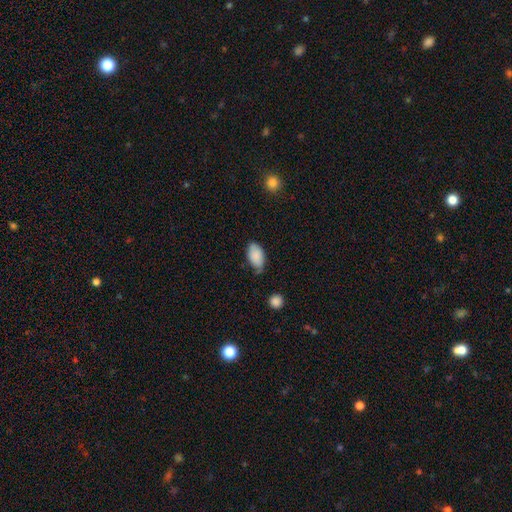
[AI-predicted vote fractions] Q: Smooth or featured?
A: smooth (84%); runner-up: featured or disk (9%)
Q: How rounded?
A: in between (94%); runner-up: round (4%)
Q: Merging?
A: none (55%); runner-up: minor disturbance (35%)